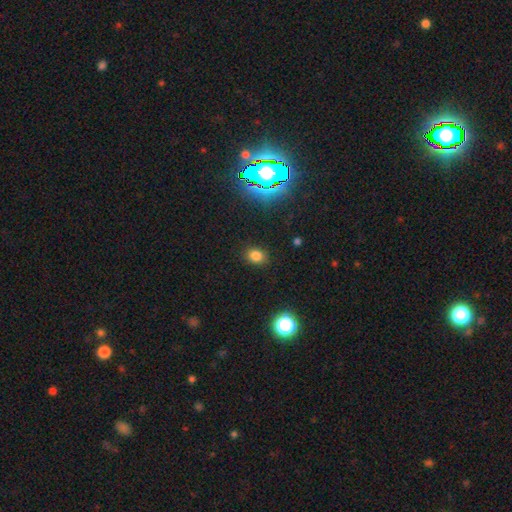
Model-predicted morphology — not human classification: The model was most divided on "how rounded": in between: 52%, round: 47%, cigar-shaped: 1%. More confident: merging — none (87%); smooth or featured — smooth (77%).